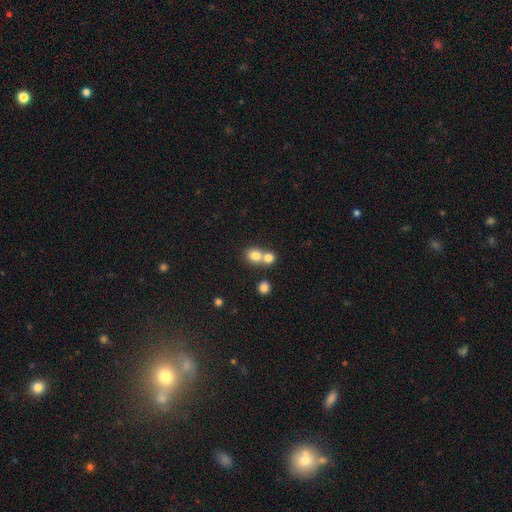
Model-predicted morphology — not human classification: type=smooth (78%); roundness=round (72%); merging=merger (54%).